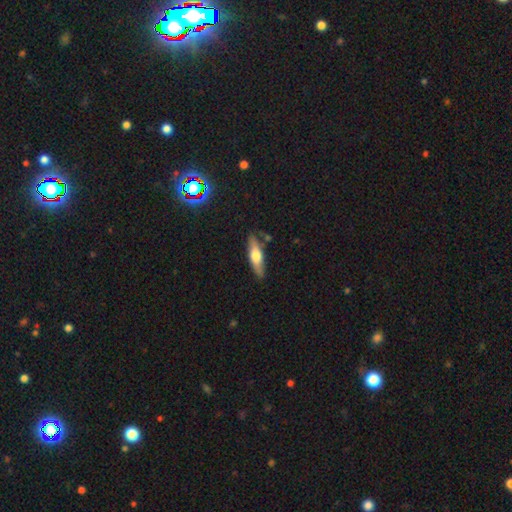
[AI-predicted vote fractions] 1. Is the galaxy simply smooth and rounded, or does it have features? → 49% smooth, 45% featured or disk, 6% star or artifact.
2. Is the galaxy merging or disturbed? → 81% none, 13% minor disturbance, 4% merger, 2% major disturbance.